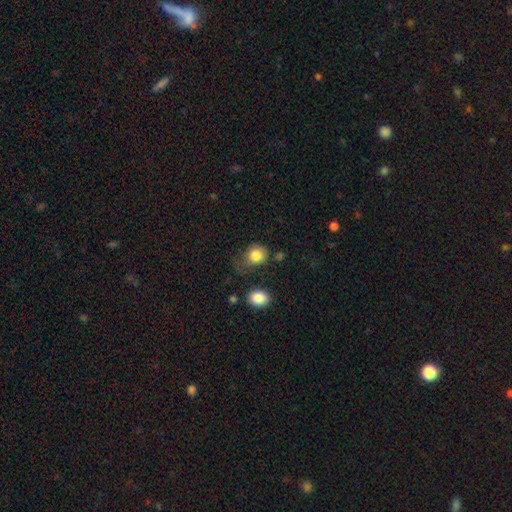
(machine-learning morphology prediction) A smooth galaxy with no disk features (83%) that is round (68%).

Vote fractions:
- Smooth or featured? smooth: 83% / star or artifact: 9% / featured or disk: 7%
- How rounded? round: 68% / in between: 31% / cigar-shaped: 1%
- Merging? none: 44% / minor disturbance: 32% / major disturbance: 19% / merger: 5%